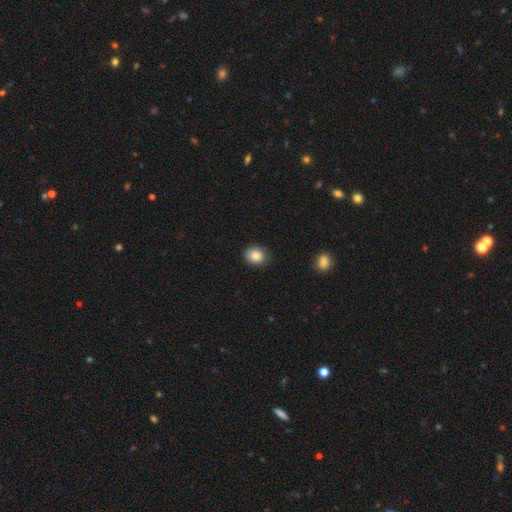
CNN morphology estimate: This is clearly a smooth galaxy (86%). How rounded: possibly round (60%). Merging: clearly none (86%).